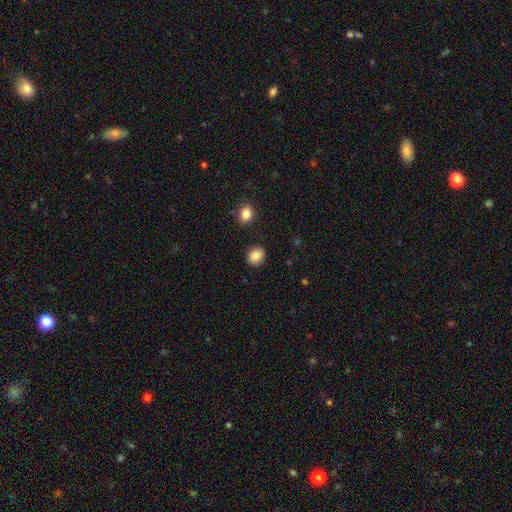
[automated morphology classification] This appears to be a smooth galaxy with no disk features (88%) that is round (73%). Merging: none (88%).